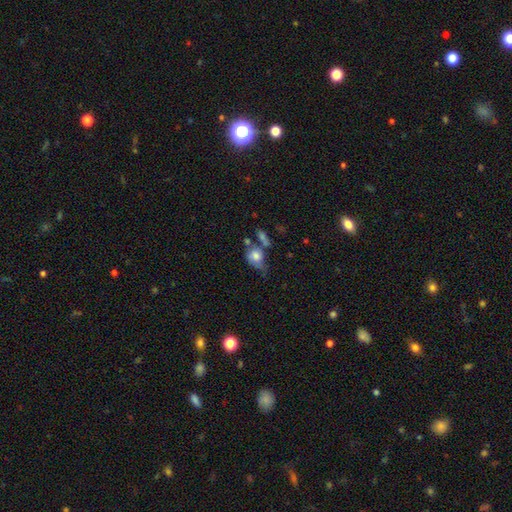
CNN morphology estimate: smooth-or-featured: smooth: 67% | featured or disk: 24% | star or artifact: 9%
  how-rounded: round: 52% | in between: 47% | cigar-shaped: 2%
  merging: none: 31% | minor disturbance: 27% | merger: 23% | major disturbance: 19%